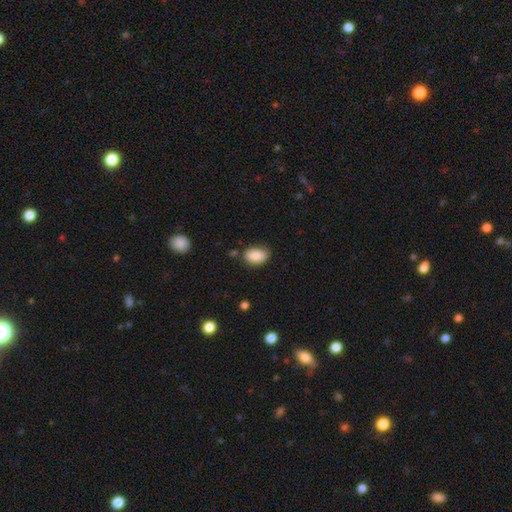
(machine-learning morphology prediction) smooth_or_featured: smooth (p=0.84) [alt: featured or disk p=0.08]
how_rounded: in between (p=0.85) [alt: round p=0.13]
merging: none (p=0.69) [alt: minor disturbance p=0.23]